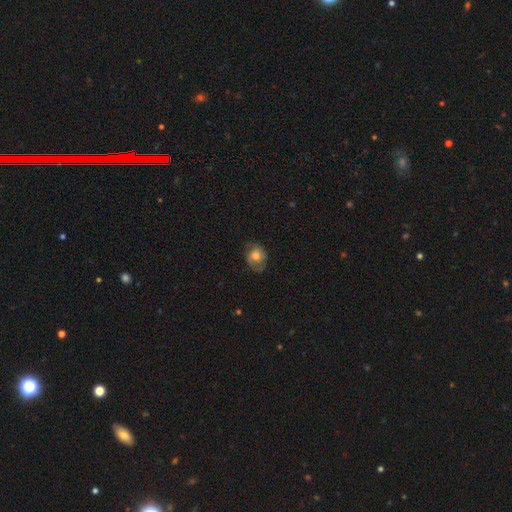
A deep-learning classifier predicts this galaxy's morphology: Smooth or featured? smooth (54%)
How rounded? round (58%)
Merging? none (67%)